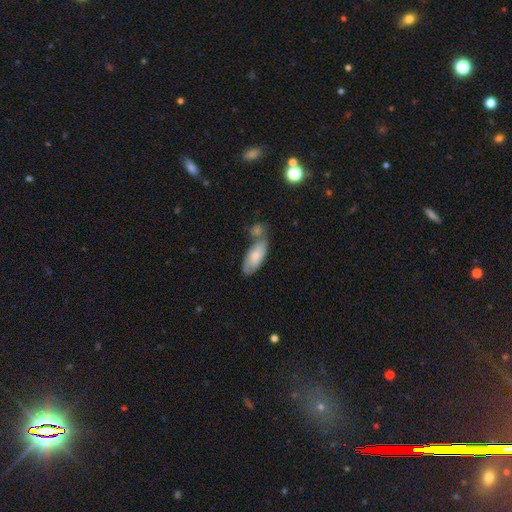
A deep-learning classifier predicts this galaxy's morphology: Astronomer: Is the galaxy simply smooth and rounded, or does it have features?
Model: smooth — 75%.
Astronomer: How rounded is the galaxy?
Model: in between — 83%.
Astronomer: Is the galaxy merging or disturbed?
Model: none — 42% (runner-up: merger, 34%).